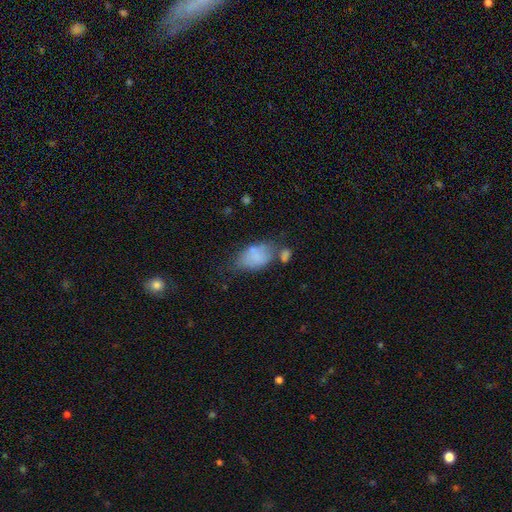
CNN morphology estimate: A smooth galaxy with no disk features (73%) that is in between round and cigar-shaped (91%). Merging: none (35%).